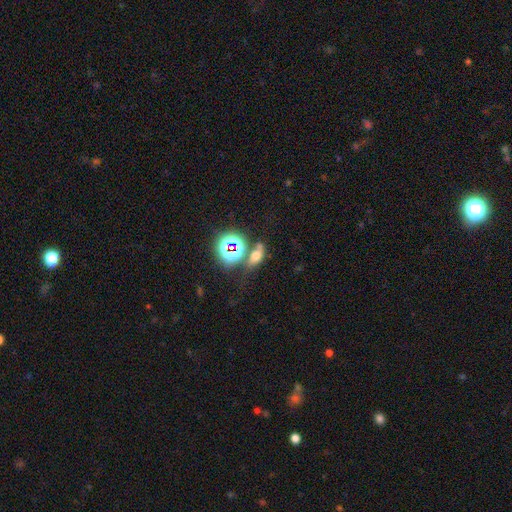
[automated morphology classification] smooth-or-featured: smooth: 53% | star or artifact: 30% | featured or disk: 17%
  how-rounded: in between: 67% | round: 21% | cigar-shaped: 12%
  merging: none: 54% | merger: 24% | minor disturbance: 14% | major disturbance: 7%